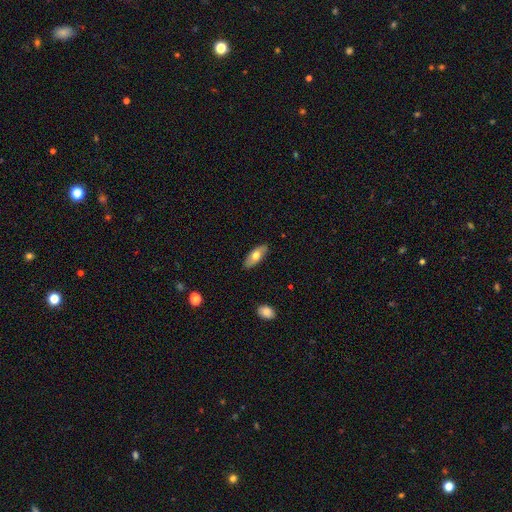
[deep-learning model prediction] Smooth or featured? smooth (66%)
How rounded? in between (80%)
Merging? none (86%)